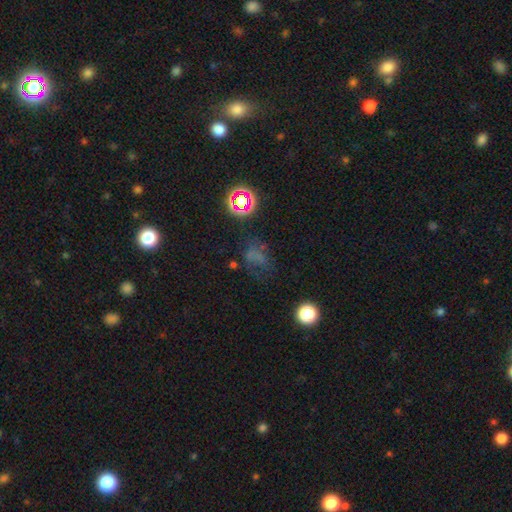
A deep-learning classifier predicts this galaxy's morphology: Smooth or featured: smooth — 42% (star or artifact — 36%)
Merging: none — 49% (major disturbance — 24%)